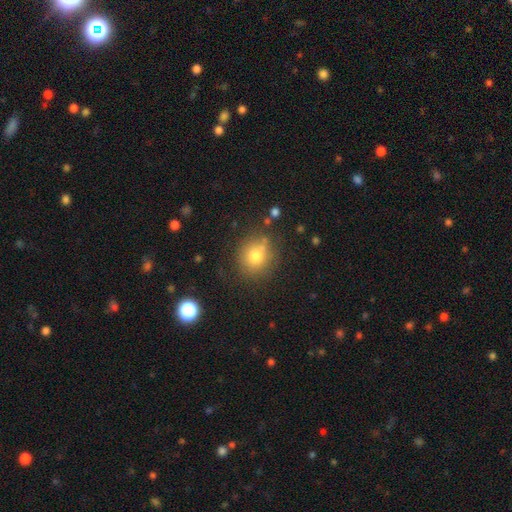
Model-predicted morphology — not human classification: A smooth galaxy with no disk features (76%) that is round (80%). Merging: none (75%).